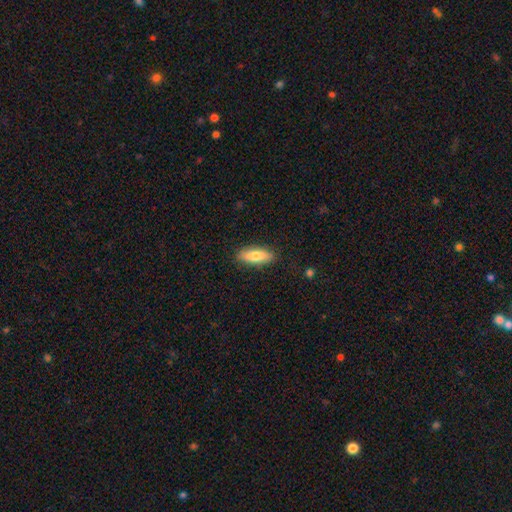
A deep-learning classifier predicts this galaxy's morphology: A smooth galaxy with no disk features (79%) that is in between round and cigar-shaped (65%).

Vote fractions:
- Smooth or featured? smooth: 79% / featured or disk: 15% / star or artifact: 6%
- How rounded? in between: 65% / cigar-shaped: 33% / round: 2%
- Merging? none: 87% / minor disturbance: 10% / major disturbance: 2% / merger: 1%